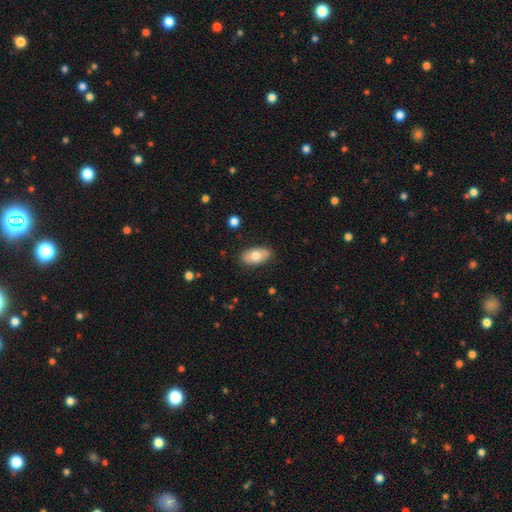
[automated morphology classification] Smooth or featured? Predicted: smooth (p=0.73). How rounded? Predicted: in between (p=0.93). Merging? Predicted: none (p=0.85).